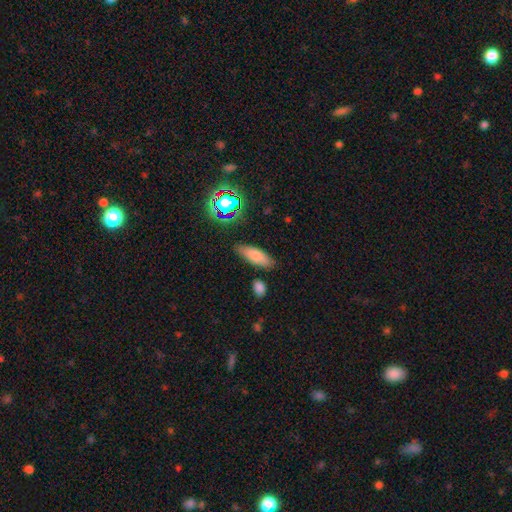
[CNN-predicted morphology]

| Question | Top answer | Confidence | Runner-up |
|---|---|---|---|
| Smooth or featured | smooth | 79% | featured or disk (11%) |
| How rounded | in between | 65% | cigar-shaped (32%) |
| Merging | none | 81% | minor disturbance (12%) |